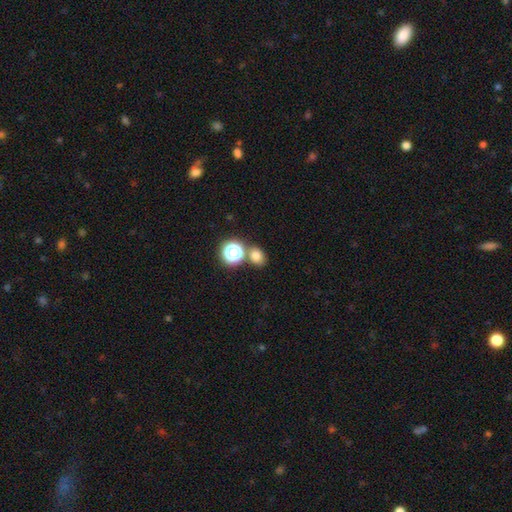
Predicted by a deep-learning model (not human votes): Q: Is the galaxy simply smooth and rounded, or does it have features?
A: smooth — 75%.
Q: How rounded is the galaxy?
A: round — 51%.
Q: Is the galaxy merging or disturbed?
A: none — 70%.